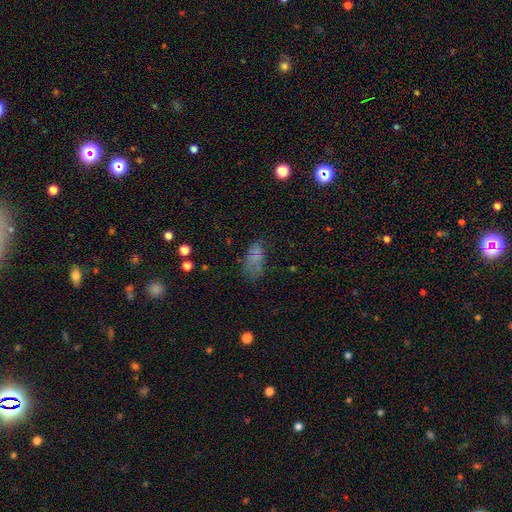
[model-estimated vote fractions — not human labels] This appears to be a smooth galaxy with no disk features (67%) that is in between round and cigar-shaped (91%). Merging: none (51%).